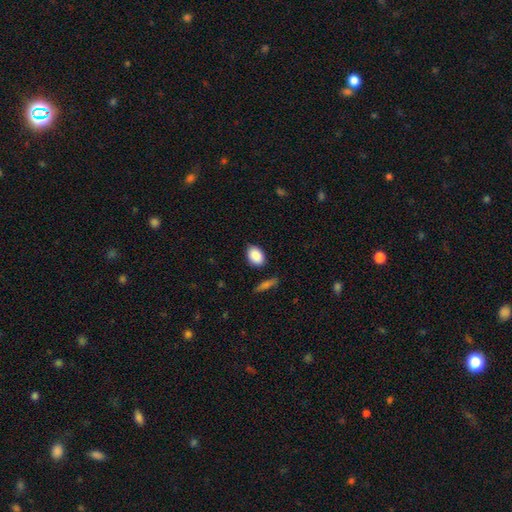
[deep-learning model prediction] Smooth or featured? smooth (89%)
How rounded? in between (80%)
Merging? none (82%)